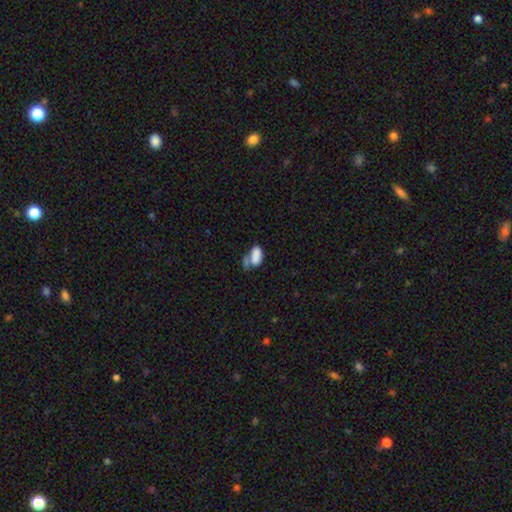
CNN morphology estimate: Smooth or featured? smooth (75%)
How rounded? in between (92%)
Merging? merger (48%)